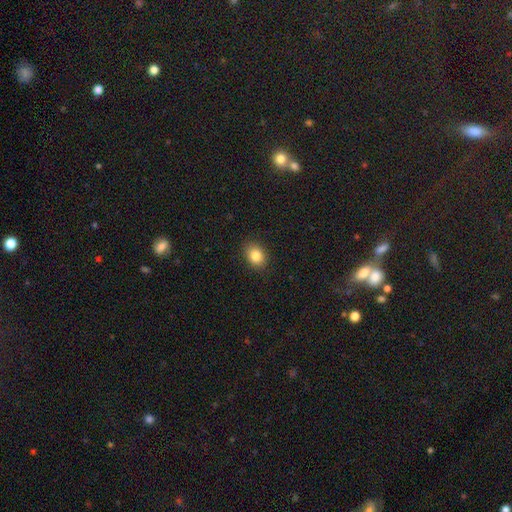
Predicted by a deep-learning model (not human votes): Smooth or featured?
  - smooth: 84% *
  - star or artifact: 10%
  - featured or disk: 7%
How rounded?
  - in between: 63% *
  - round: 36%
  - cigar-shaped: 1%
Merging?
  - none: 88% *
  - minor disturbance: 9%
  - major disturbance: 2%
  - merger: 1%